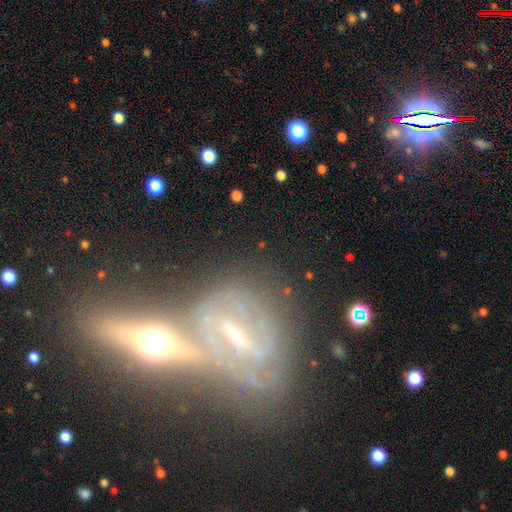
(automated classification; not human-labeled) This appears to be a featured or disk galaxy (71%). Merging: none (49%).